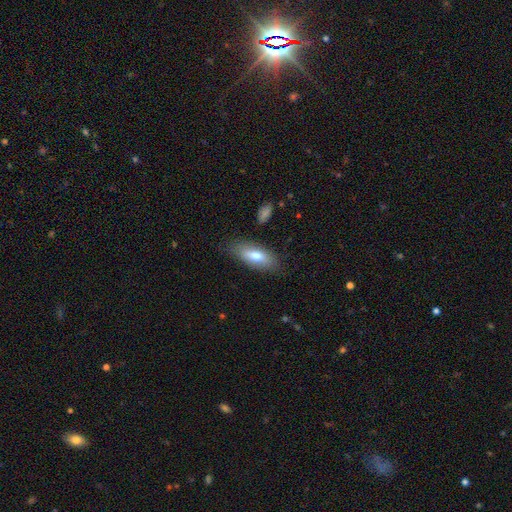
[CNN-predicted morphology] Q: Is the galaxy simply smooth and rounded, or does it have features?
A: smooth — 76%.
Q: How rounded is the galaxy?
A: in between — 76%.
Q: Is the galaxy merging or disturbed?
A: none — 80%.